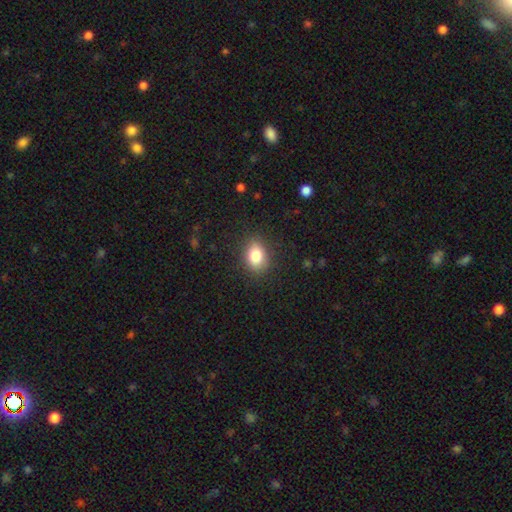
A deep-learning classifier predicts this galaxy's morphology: This is clearly a smooth galaxy (82%). How rounded: likely in between (68%). Merging: clearly none (86%).